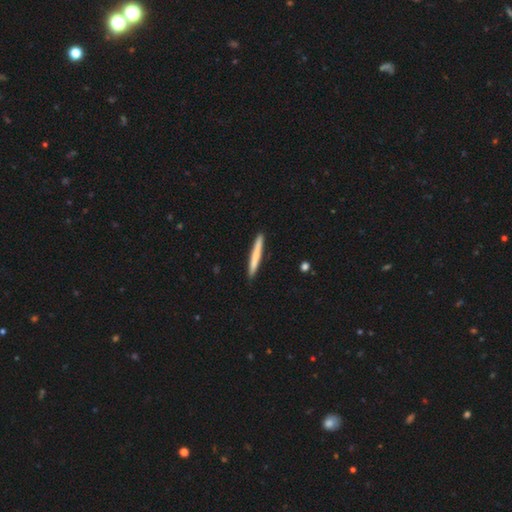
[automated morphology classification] smooth 69%, featured or disk 26%, star or artifact 5%. Down the decision tree: how rounded — cigar-shaped (97%); merging — none (92%).